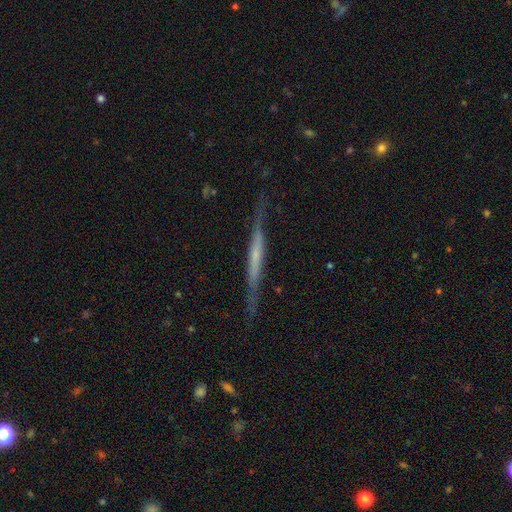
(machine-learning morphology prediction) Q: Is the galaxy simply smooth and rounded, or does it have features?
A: featured or disk — 64%.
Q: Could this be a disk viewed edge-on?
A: yes — 95%.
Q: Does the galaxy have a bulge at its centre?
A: none — 67%.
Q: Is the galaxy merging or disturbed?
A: none — 79%.